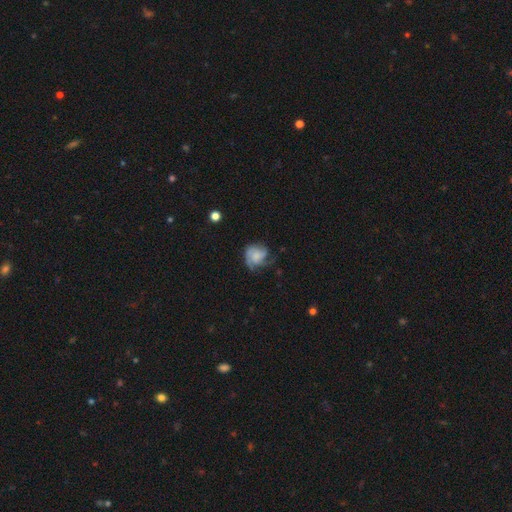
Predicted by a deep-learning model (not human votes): smooth_or_featured: featured or disk (p=0.67) [alt: smooth p=0.25]
disk_edge_on: no (p=0.98) [alt: yes p=0.02]
bar: no (p=0.73) [alt: weak p=0.24]
has_spiral_arms: yes (p=0.92) [alt: no p=0.08]
spiral_winding: tight (p=0.45) [alt: medium p=0.40]
spiral_arm_count: 3 (p=0.42) [alt: can't tell p=0.22]
bulge_size: small (p=0.36) [alt: moderate p=0.28]
merging: none (p=0.57) [alt: minor disturbance p=0.23]